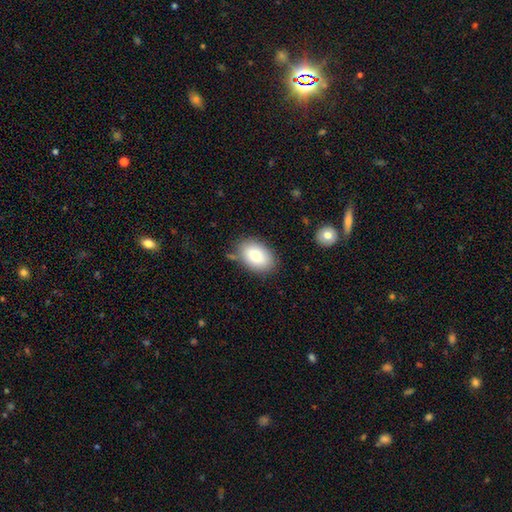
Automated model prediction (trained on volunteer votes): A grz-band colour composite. It shows a smooth galaxy with no disk features (83%) that is in between round and cigar-shaped (89%). Merging: none (78%).